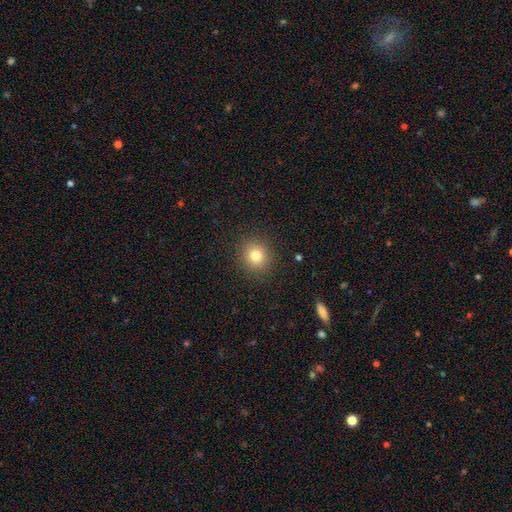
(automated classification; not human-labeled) smooth 78%, star or artifact 14%, featured or disk 8%. Down the decision tree: how rounded — round (88%); merging — none (91%).